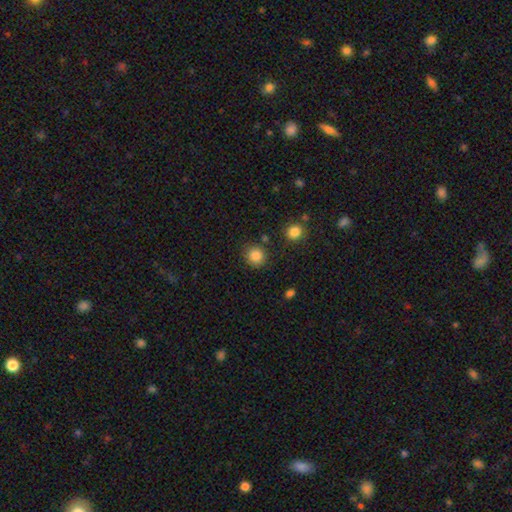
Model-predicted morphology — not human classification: Smooth or featured: smooth — 85% (star or artifact — 10%)
How rounded: round — 90% (in between — 9%)
Merging: none — 85% (minor disturbance — 9%)